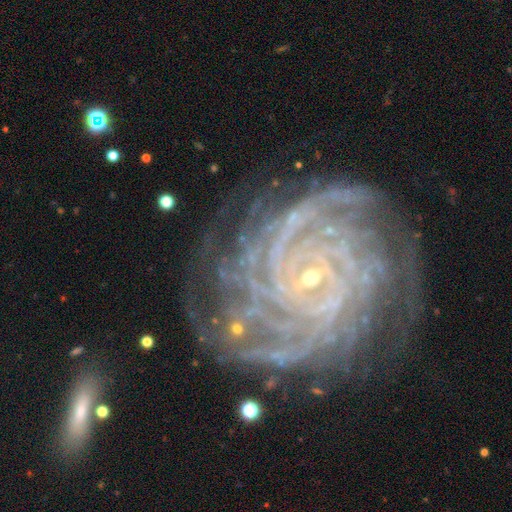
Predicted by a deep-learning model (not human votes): Smooth or featured? featured or disk (91%)
Edge-on disk? no (98%)
Bar? no (56%)
Spiral arms? yes (98%)
Spiral winding? tight (81%)
Spiral arm count? more than 4 (32%)
Bulge size? small (86%)
Merging? none (73%)